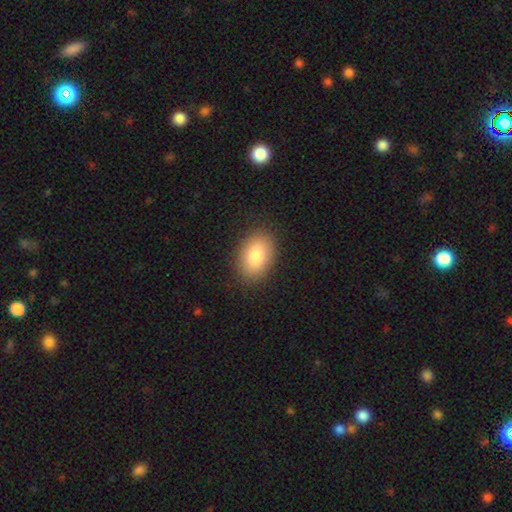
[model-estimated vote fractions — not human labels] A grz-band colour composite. It shows a smooth galaxy with no disk features (84%) that is in between round and cigar-shaped (86%). Merging: none (88%).